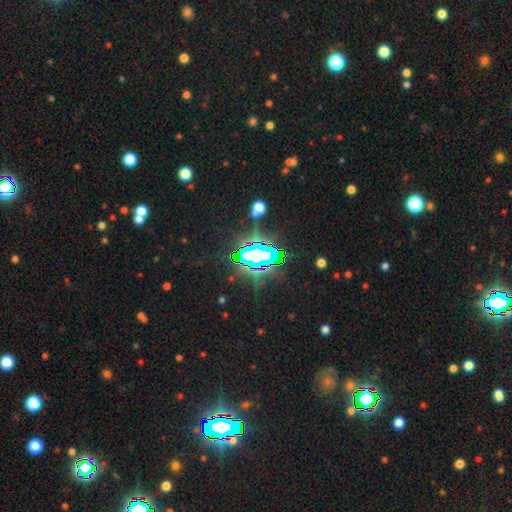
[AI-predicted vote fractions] smooth-or-featured: star or artifact: 77% | featured or disk: 13% | smooth: 11%